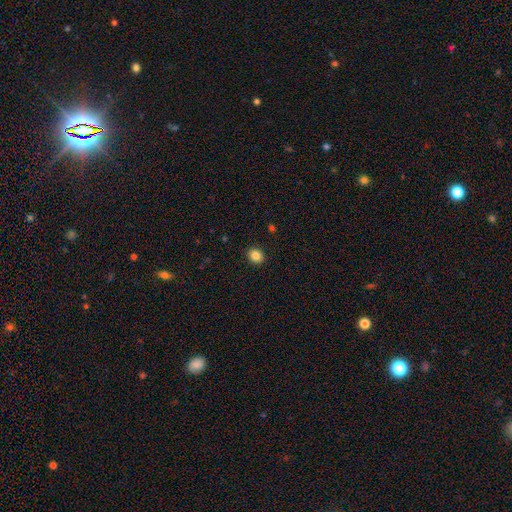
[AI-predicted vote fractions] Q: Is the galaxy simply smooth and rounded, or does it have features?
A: smooth — 86%.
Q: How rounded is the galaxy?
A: round — 68%.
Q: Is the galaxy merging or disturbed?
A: none — 91%.